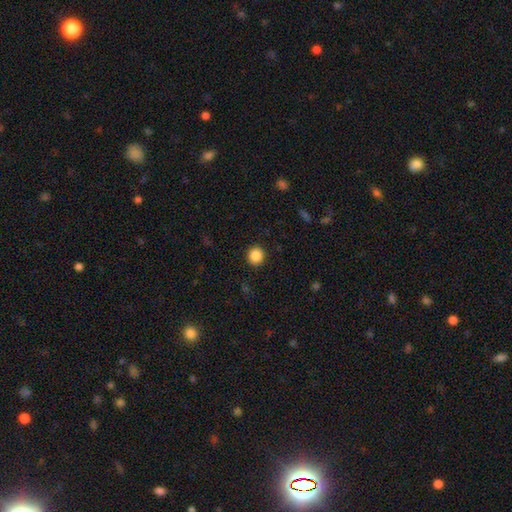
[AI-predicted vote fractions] Smooth or featured? Predicted: smooth (p=0.87). How rounded? Predicted: round (p=0.90). Merging? Predicted: none (p=0.92).